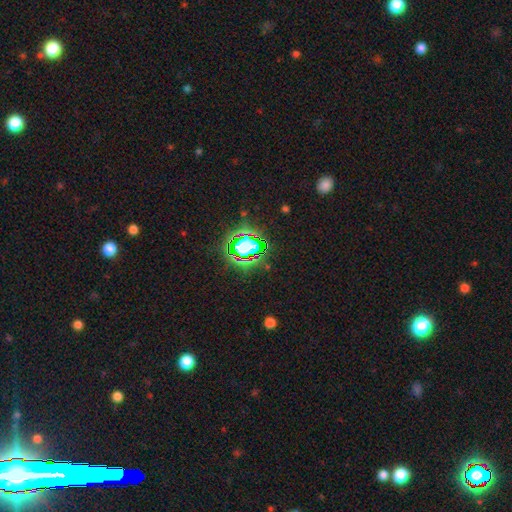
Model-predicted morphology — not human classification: type=star or artifact (82%).